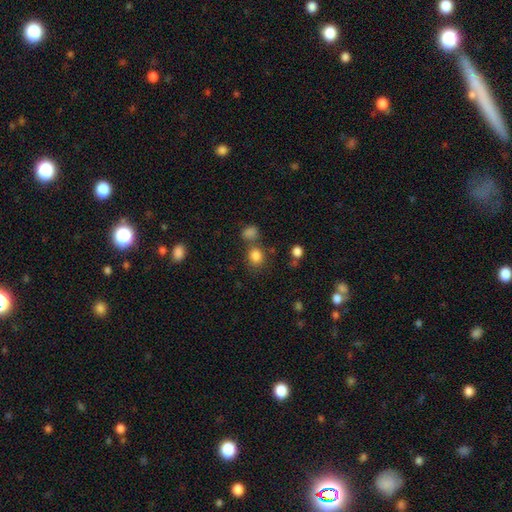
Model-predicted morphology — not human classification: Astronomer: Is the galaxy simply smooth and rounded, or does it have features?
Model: smooth — 82%.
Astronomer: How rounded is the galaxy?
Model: round — 75%.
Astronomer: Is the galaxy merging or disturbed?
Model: none — 64%.